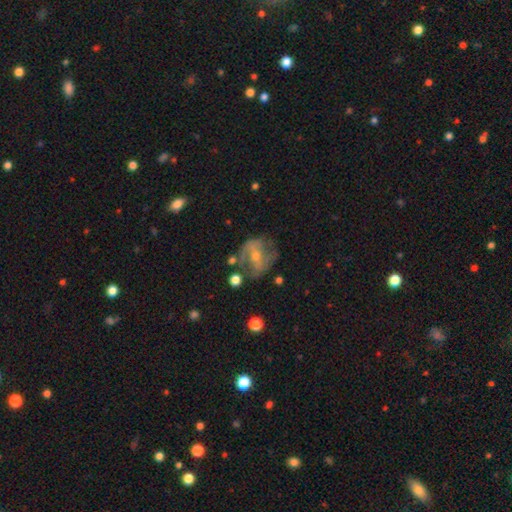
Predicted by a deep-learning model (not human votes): Smooth or featured? Predicted: featured or disk (p=0.72). Edge-on disk? Predicted: no (p=0.95). Bar? Predicted: weak (p=0.39). Spiral arms? Predicted: yes (p=0.75). Spiral winding? Predicted: medium (p=0.43). Spiral arm count? Predicted: 2 (p=0.62). Bulge size? Predicted: small (p=0.55). Merging? Predicted: none (p=0.58).